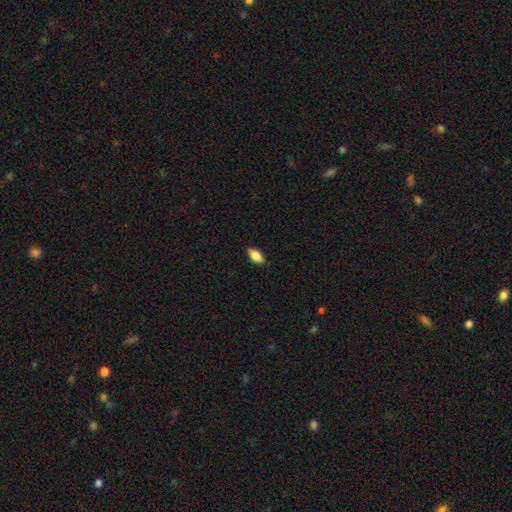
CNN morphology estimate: A smooth galaxy with no disk features (82%) that is in between round and cigar-shaped (89%).

Vote fractions:
- Smooth or featured? smooth: 82% / featured or disk: 10% / star or artifact: 7%
- How rounded? in between: 89% / cigar-shaped: 7% / round: 4%
- Merging? none: 85% / minor disturbance: 12% / major disturbance: 2% / merger: 1%